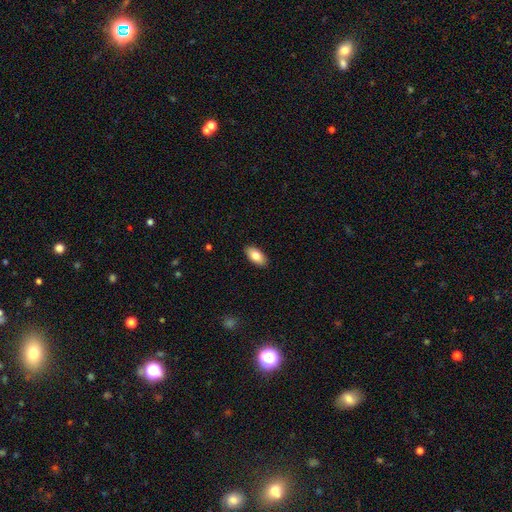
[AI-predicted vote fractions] smooth_or_featured: smooth (p=0.82) [alt: featured or disk p=0.11]
how_rounded: in between (p=0.93) [alt: cigar-shaped p=0.04]
merging: none (p=0.90) [alt: minor disturbance p=0.08]